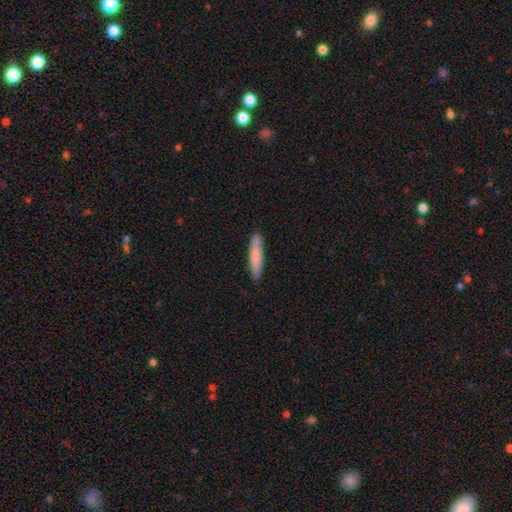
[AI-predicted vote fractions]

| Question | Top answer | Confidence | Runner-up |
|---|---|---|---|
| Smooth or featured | smooth | 77% | featured or disk (18%) |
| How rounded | cigar-shaped | 85% | in between (14%) |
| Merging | none | 86% | minor disturbance (11%) |